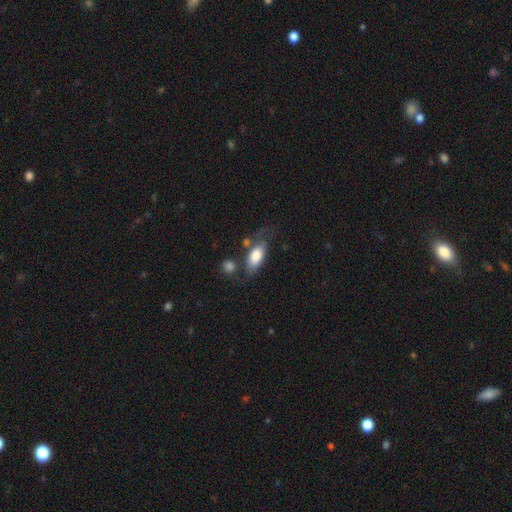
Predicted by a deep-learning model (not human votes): Overall: smooth (78%). How rounded: in between (87%). Merging: none (53%; minor disturbance 23%).